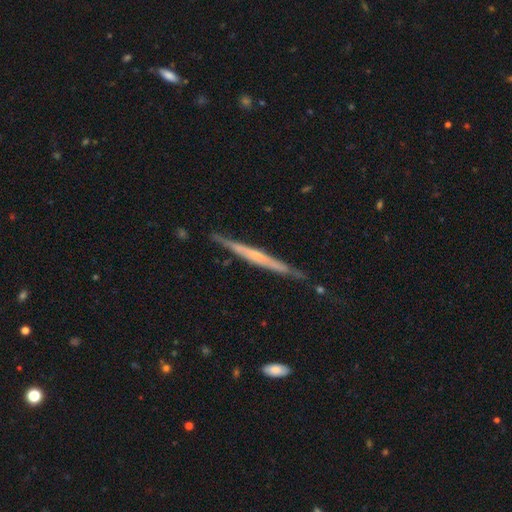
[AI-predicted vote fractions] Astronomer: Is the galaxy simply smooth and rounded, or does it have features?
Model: featured or disk — 67%.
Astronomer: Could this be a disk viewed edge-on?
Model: yes — 97%.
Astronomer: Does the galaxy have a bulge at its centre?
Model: none — 64%.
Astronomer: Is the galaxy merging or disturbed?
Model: none — 81%.